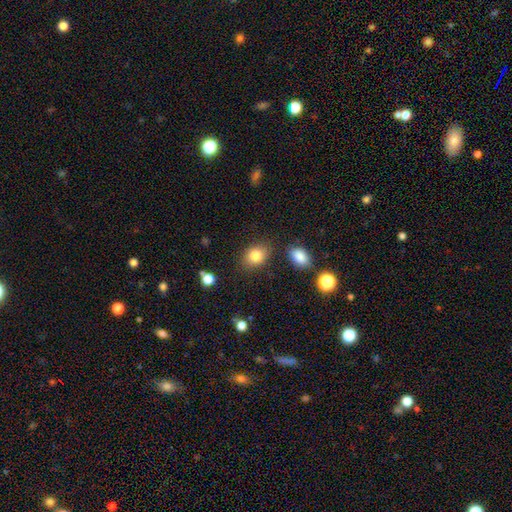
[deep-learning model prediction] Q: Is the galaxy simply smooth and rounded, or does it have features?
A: smooth — 82%.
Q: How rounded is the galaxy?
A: in between — 61%.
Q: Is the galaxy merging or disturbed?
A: none — 81%.